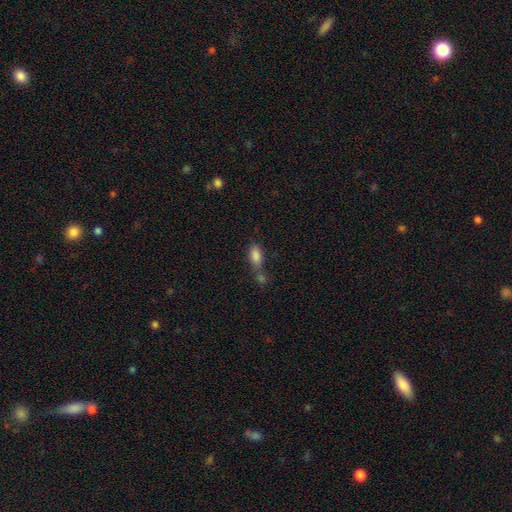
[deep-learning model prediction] This is clearly a smooth galaxy (84%). How rounded: clearly in between (86%). Merging: marginally merger (40%, tied with none).